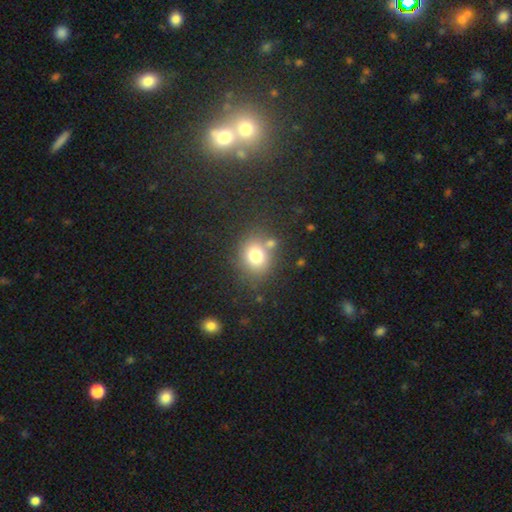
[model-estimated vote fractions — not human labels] smooth_or_featured: smooth (p=0.76) [alt: star or artifact p=0.14]
how_rounded: round (p=0.69) [alt: in between p=0.30]
merging: none (p=0.70) [alt: merger p=0.14]